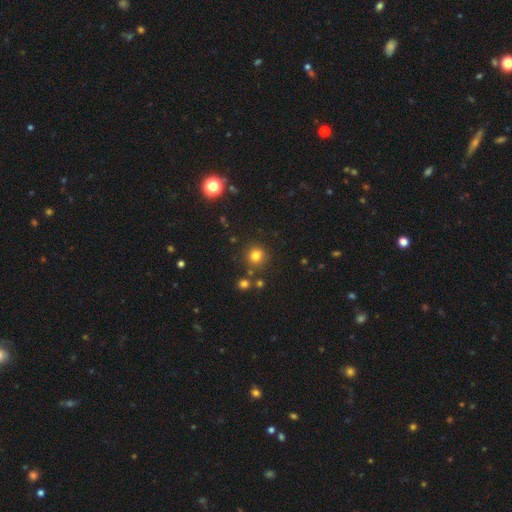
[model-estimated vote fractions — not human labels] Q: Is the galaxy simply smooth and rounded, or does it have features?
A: smooth — 78%.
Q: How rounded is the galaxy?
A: round — 92%.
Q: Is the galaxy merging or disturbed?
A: none — 82%.